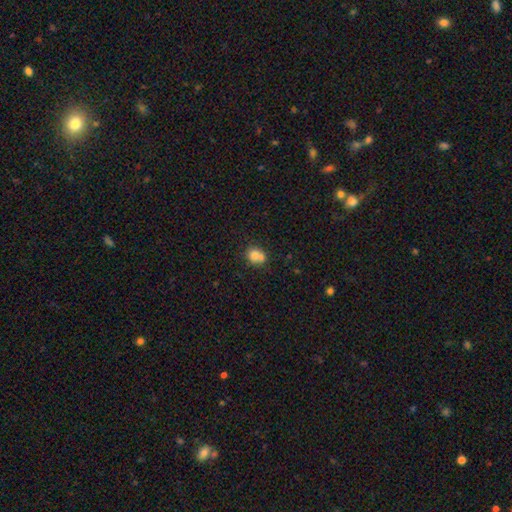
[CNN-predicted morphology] Smooth or featured? Predicted: smooth (p=0.73). How rounded? Predicted: round (p=0.72). Merging? Predicted: merger (p=0.50).